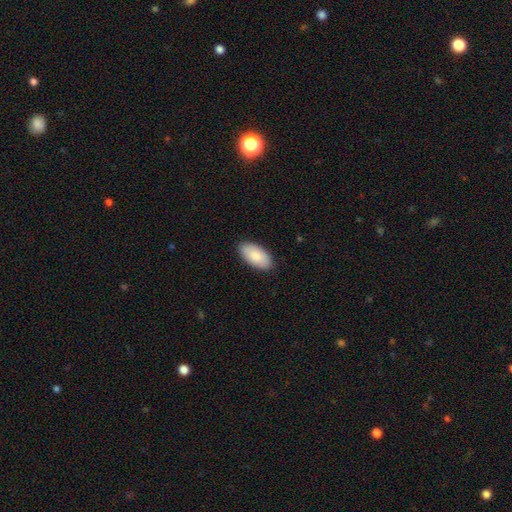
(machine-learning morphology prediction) This appears to be a smooth galaxy with no disk features (83%) that is in between round and cigar-shaped (95%). Merging: none (87%).